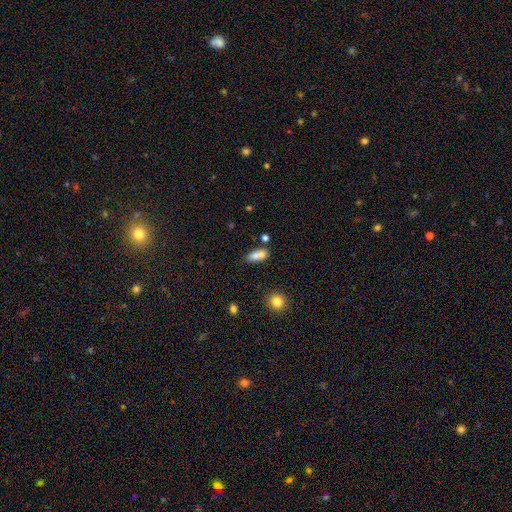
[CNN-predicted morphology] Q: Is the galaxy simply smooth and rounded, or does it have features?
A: smooth — 79%.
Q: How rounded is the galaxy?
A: in between — 77%.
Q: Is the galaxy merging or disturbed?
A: none — 53%.